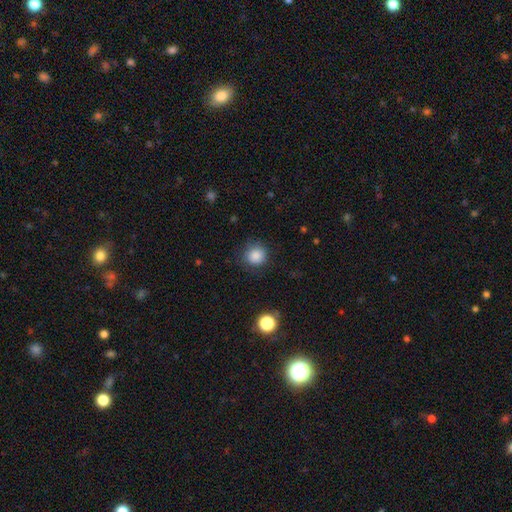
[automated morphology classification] type=smooth (86%); roundness=round (90%); merging=none (84%).